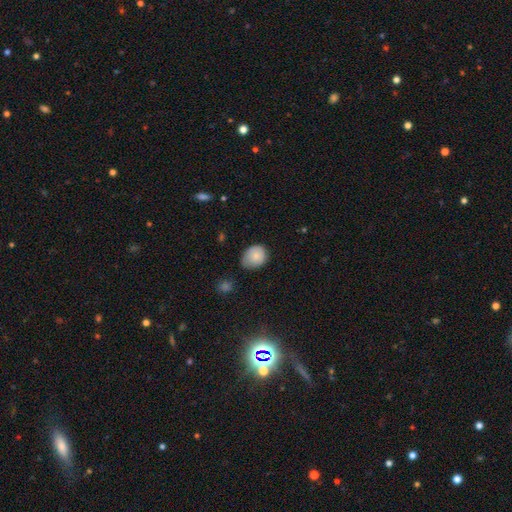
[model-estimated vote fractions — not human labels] smooth 81%, featured or disk 10%, star or artifact 9%. Down the decision tree: how rounded — round (54%); merging — none (53%).